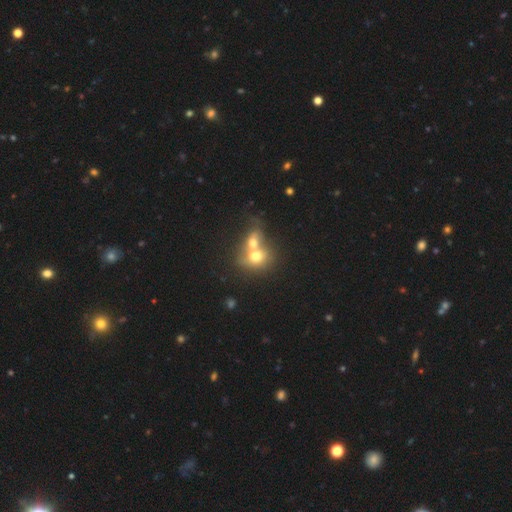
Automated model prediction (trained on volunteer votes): Smooth or featured? Predicted: smooth (p=0.67). How rounded? Predicted: round (p=0.57). Merging? Predicted: merger (p=0.75).